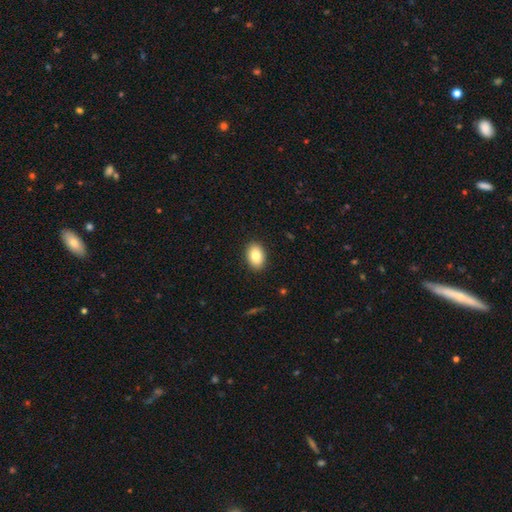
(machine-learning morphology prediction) type=smooth (85%); roundness=in between (84%); merging=none (90%).